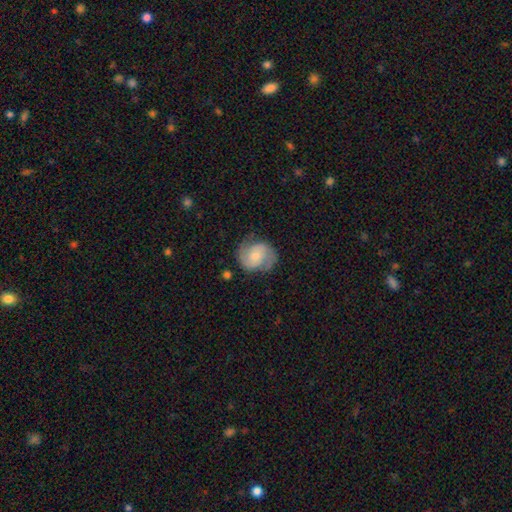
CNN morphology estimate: featured or disk 75%, smooth 19%, star or artifact 6%. Down the decision tree: edge-on disk — no (98%); bar — no (58%); spiral arms — yes (95%); spiral arm count — 2 (89%); spiral winding — medium (50%); bulge size — small (45%); merging — none (72%).